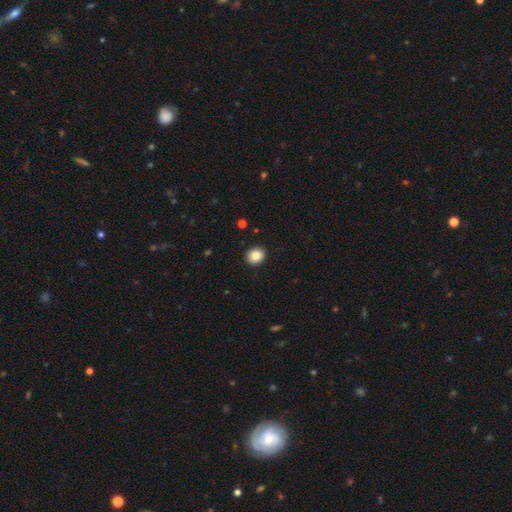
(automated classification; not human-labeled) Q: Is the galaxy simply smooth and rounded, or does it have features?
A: smooth — 88%.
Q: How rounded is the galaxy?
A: round — 75%.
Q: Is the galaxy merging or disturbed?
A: none — 91%.